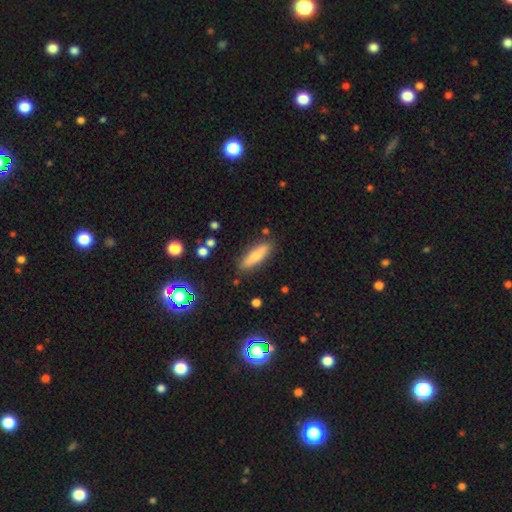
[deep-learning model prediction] smooth-or-featured: smooth: 69% | featured or disk: 24% | star or artifact: 7%
  how-rounded: cigar-shaped: 60% | in between: 38% | round: 2%
  merging: none: 84% | minor disturbance: 11% | merger: 3% | major disturbance: 2%